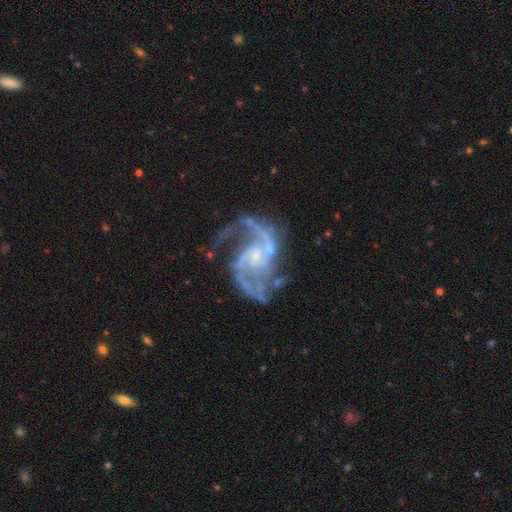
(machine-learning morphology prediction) Q: Smooth or featured?
A: featured or disk (92%); runner-up: star or artifact (5%)
Q: Edge-on disk?
A: no (98%); runner-up: yes (2%)
Q: Bar?
A: no (49%); runner-up: weak (40%)
Q: Spiral arms?
A: yes (98%); runner-up: no (2%)
Q: Spiral winding?
A: medium (54%); runner-up: loose (32%)
Q: Spiral arm count?
A: 2 (82%); runner-up: 3 (6%)
Q: Bulge size?
A: small (68%); runner-up: moderate (16%)
Q: Merging?
A: none (58%); runner-up: major disturbance (19%)